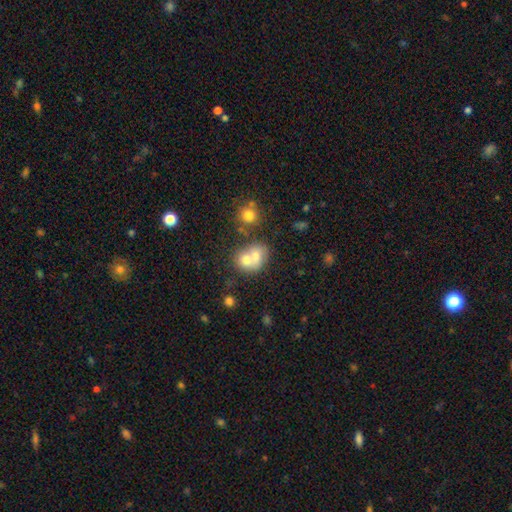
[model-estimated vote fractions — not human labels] smooth_or_featured: smooth (p=0.67) [alt: featured or disk p=0.23]
how_rounded: round (p=0.60) [alt: in between p=0.39]
merging: merger (p=0.68) [alt: none p=0.22]